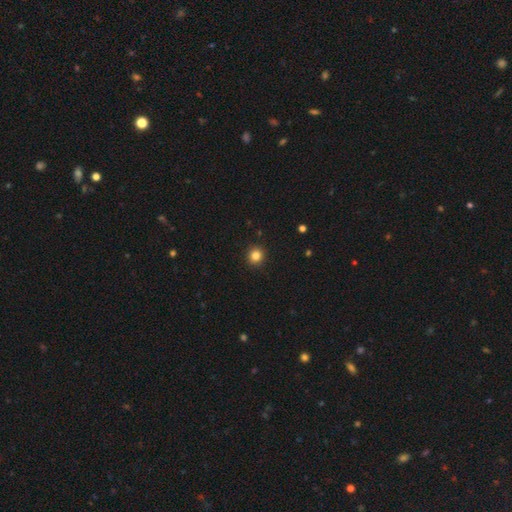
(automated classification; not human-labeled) Smooth or featured?
  - smooth: 83% *
  - star or artifact: 12%
  - featured or disk: 5%
How rounded?
  - round: 92% *
  - in between: 7%
  - cigar-shaped: 1%
Merging?
  - none: 93% *
  - minor disturbance: 5%
  - major disturbance: 2%
  - merger: 1%